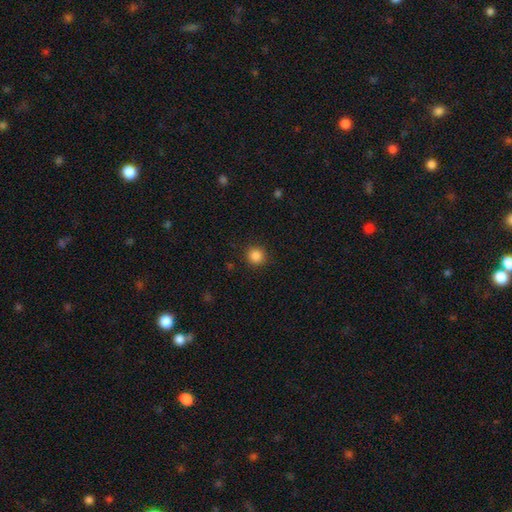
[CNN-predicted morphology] Smooth or featured? Predicted: smooth (p=0.86). How rounded? Predicted: round (p=0.93). Merging? Predicted: none (p=0.90).